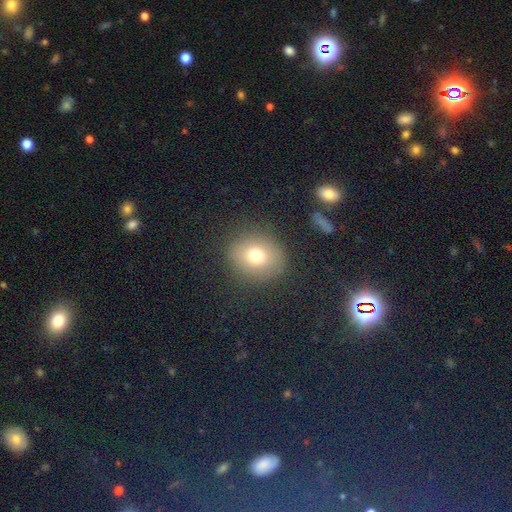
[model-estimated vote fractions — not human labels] A smooth galaxy with no disk features (73%) that is round (78%). Merging: none (85%).